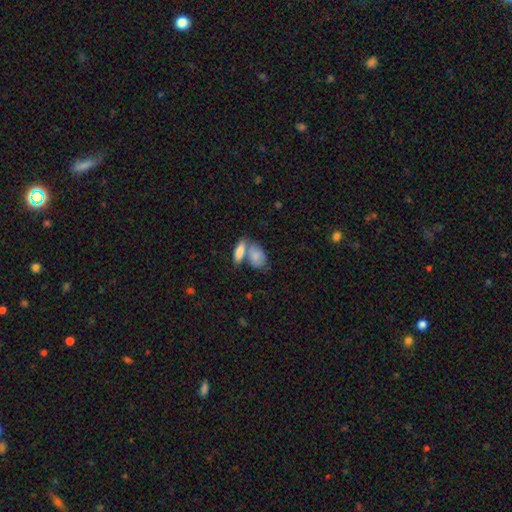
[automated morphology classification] This is clearly a smooth galaxy (81%). How rounded: clearly in between (88%). Merging: possibly merger (54%).